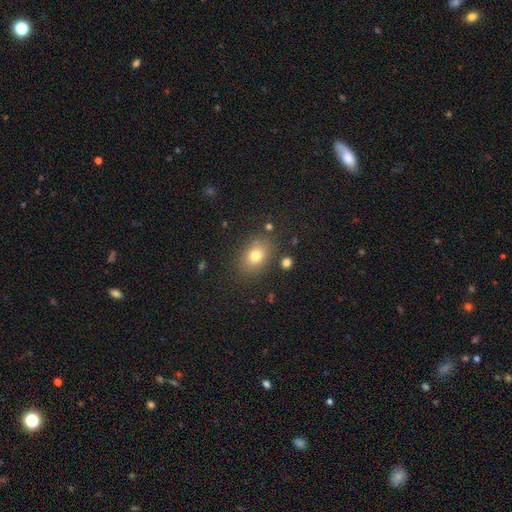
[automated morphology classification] This appears to be a smooth galaxy with no disk features (77%) that is in between round and cigar-shaped (68%). Merging: none (81%).